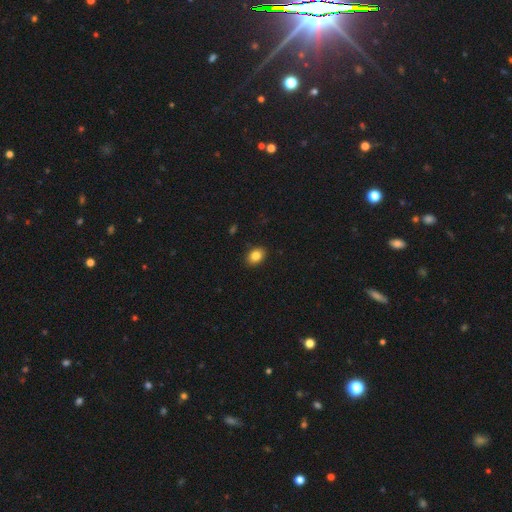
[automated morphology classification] The model was most divided on "how rounded": in between: 70%, round: 29%, cigar-shaped: 1%. More confident: merging — none (89%); smooth or featured — smooth (85%).